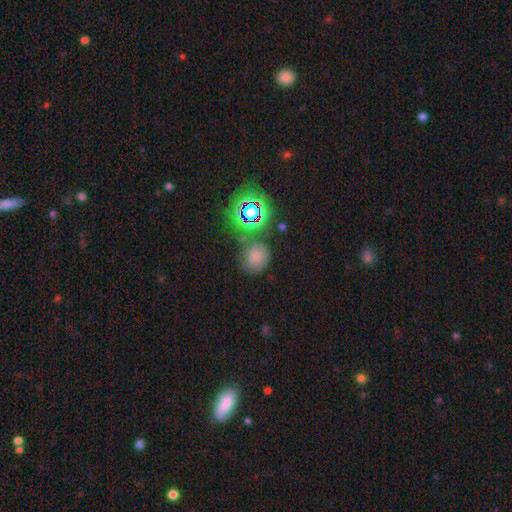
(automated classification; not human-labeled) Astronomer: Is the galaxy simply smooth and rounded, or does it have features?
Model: smooth — 67%.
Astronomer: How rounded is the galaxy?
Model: round — 80%.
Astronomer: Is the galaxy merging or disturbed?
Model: none — 72%.